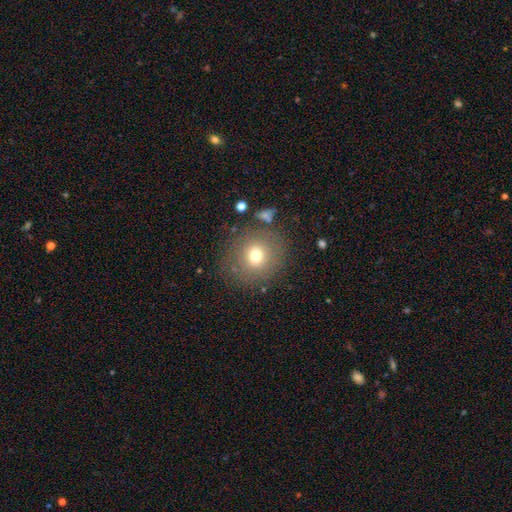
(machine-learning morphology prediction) Smooth or featured? Predicted: smooth (p=0.72). How rounded? Predicted: round (p=0.90). Merging? Predicted: none (p=0.82).